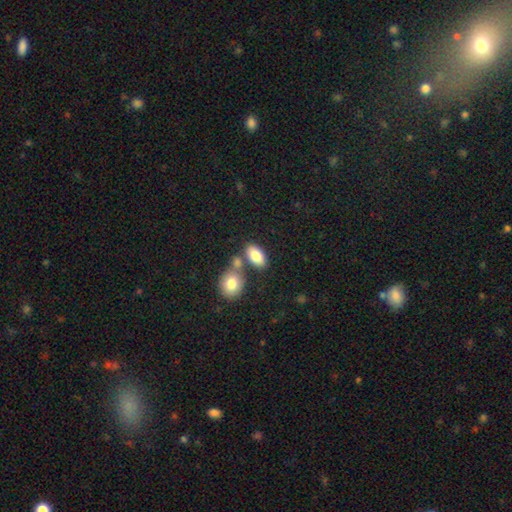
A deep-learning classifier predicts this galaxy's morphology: Smooth or featured? Predicted: smooth (p=0.82). How rounded? Predicted: in between (p=0.90). Merging? Predicted: none (p=0.58).